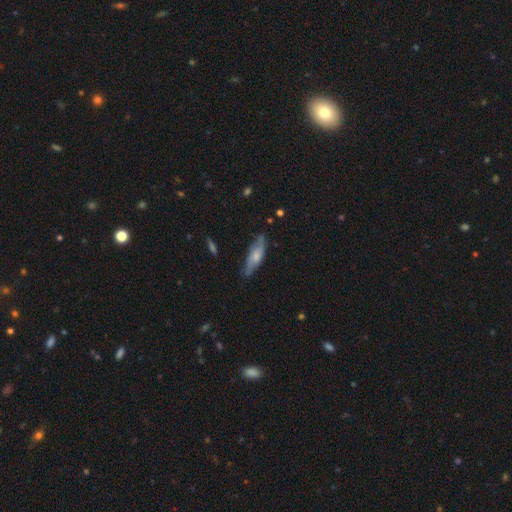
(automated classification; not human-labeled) smooth_or_featured: smooth (p=0.54) [alt: featured or disk p=0.39]
how_rounded: in between (p=0.49) [tied with: cigar-shaped p=0.49]
merging: none (p=0.72) [alt: minor disturbance p=0.21]